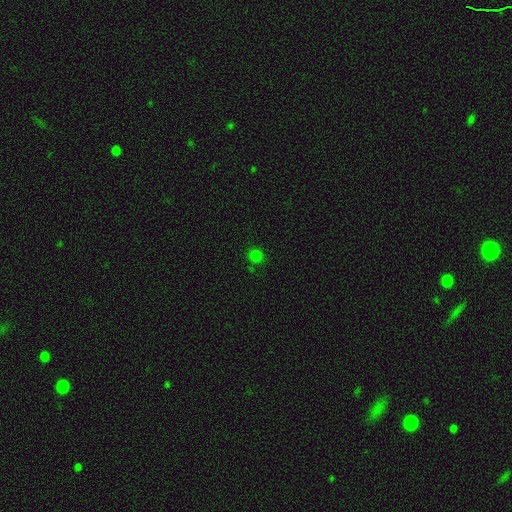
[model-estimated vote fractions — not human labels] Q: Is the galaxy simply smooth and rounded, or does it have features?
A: smooth — 76%.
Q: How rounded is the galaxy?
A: round — 93%.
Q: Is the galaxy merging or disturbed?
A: none — 88%.